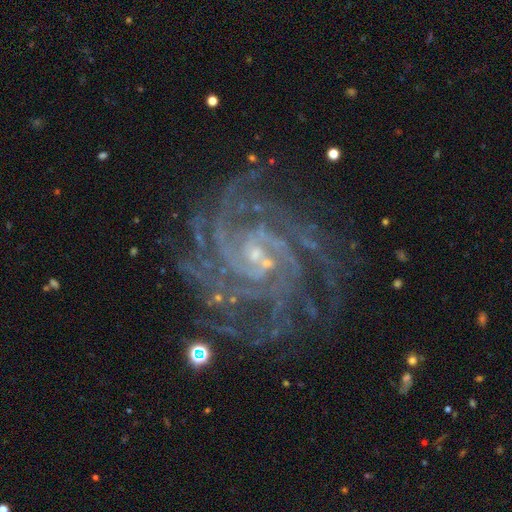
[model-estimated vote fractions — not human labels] smooth-or-featured: featured or disk: 92% | star or artifact: 6% | smooth: 2%
  disk-edge-on: no: 98% | yes: 2%
    bar: no: 46% | weak: 39% | strong: 15%
    has-spiral-arms: yes: 99% | no: 1%
      spiral-winding: tight: 72% | medium: 25% | loose: 3%
      spiral-arm-count: 4: 26% | more than 4: 19% | 3: 17% | can't tell: 14% | 2: 14% | 1: 9%
    bulge-size: small: 81% | moderate: 10% | none: 6% | large: 1% | dominant: 1%
  merging: none: 76% | minor disturbance: 15% | major disturbance: 7% | merger: 2%